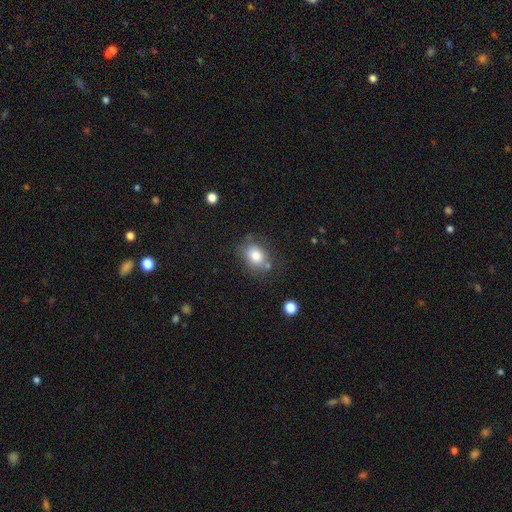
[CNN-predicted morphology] smooth-or-featured: smooth: 80% | featured or disk: 10% | star or artifact: 9%
  how-rounded: in between: 64% | round: 35% | cigar-shaped: 1%
  merging: none: 68% | minor disturbance: 18% | merger: 8% | major disturbance: 6%